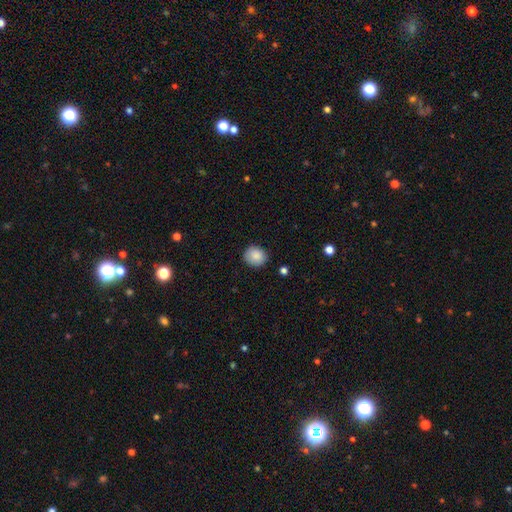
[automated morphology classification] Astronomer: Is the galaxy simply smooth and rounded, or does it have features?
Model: smooth — 87%.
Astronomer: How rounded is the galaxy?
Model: round — 74%.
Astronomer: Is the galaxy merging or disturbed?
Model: none — 86%.